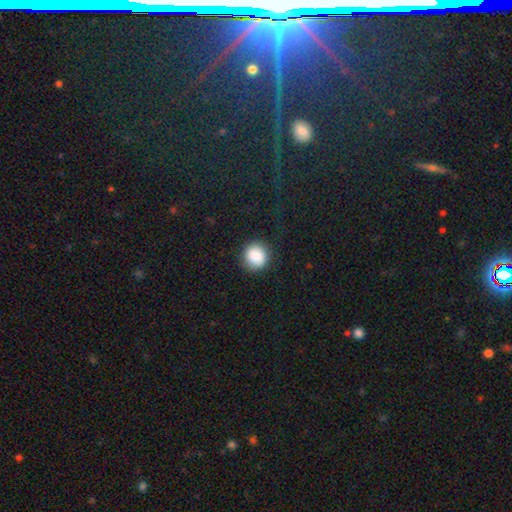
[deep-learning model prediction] Smooth or featured? smooth (82%)
How rounded? round (91%)
Merging? none (85%)